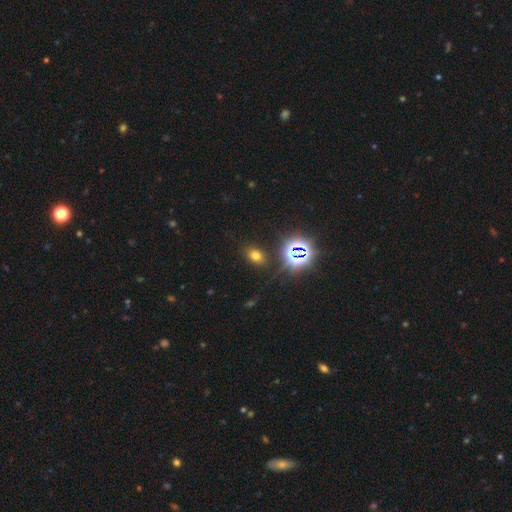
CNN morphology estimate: A smooth galaxy with no disk features (62%) that is in between round and cigar-shaped (70%).

Vote fractions:
- Smooth or featured? smooth: 62% / star or artifact: 29% / featured or disk: 9%
- How rounded? in between: 70% / round: 29% / cigar-shaped: 2%
- Merging? none: 84% / minor disturbance: 10% / major disturbance: 4% / merger: 3%